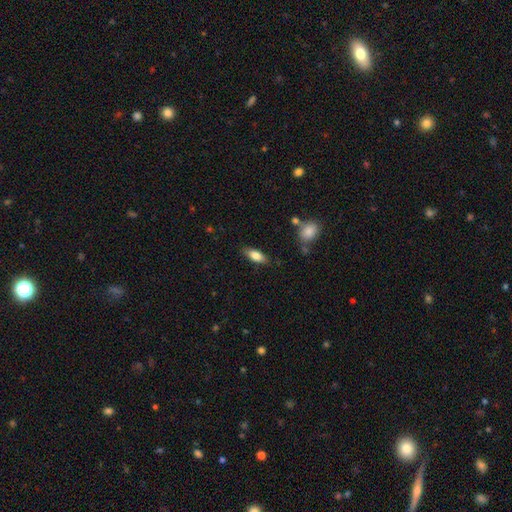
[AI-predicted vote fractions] Morphology: type=smooth (76%); roundness=in between (76%); merging=none (82%).